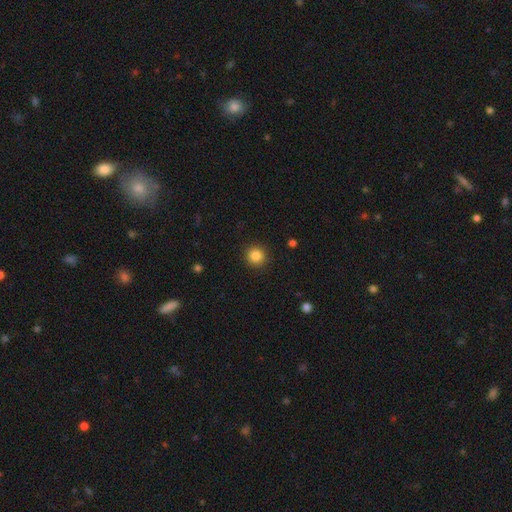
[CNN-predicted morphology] Smooth or featured?
  - smooth: 85% *
  - star or artifact: 11%
  - featured or disk: 4%
How rounded?
  - round: 94% *
  - in between: 5%
  - cigar-shaped: 1%
Merging?
  - none: 92% *
  - minor disturbance: 6%
  - major disturbance: 2%
  - merger: 1%